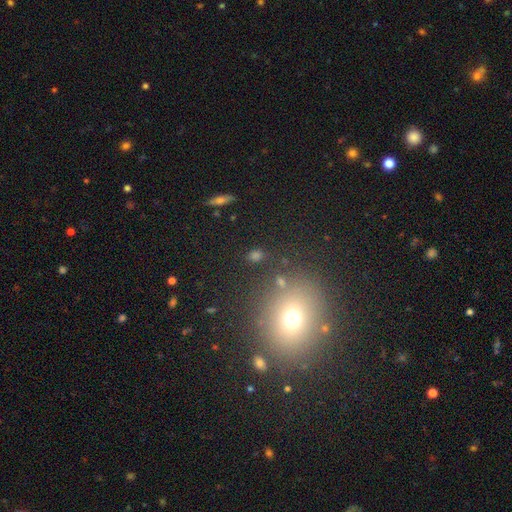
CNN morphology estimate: type=smooth (57%); roundness=round (58%); merging=none (79%).